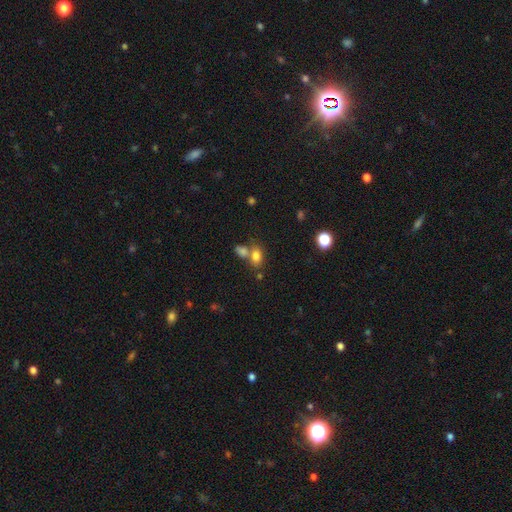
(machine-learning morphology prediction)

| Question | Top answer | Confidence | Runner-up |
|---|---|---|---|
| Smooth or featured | smooth | 78% | star or artifact (12%) |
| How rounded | in between | 79% | round (18%) |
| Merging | none | 44% | merger (40%) |